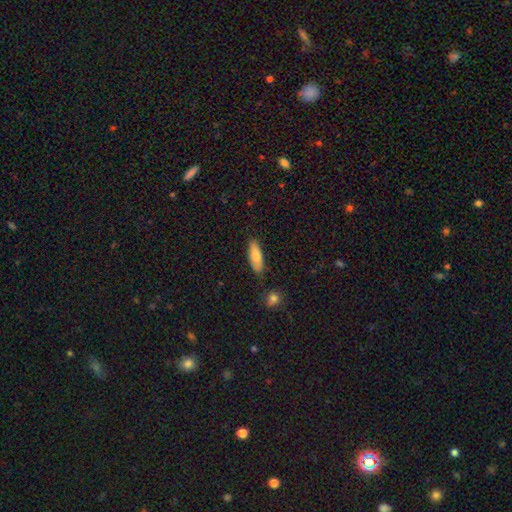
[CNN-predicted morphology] The model was most divided on "how rounded": in between: 58%, cigar-shaped: 39%, round: 3%. More confident: merging — none (83%); smooth or featured — smooth (71%).